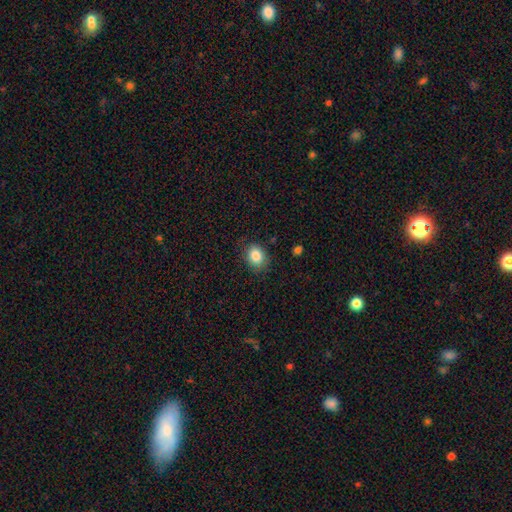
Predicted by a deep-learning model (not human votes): Overall: smooth (85%). How rounded: round (52%; in between 48%). Merging: none (80%).